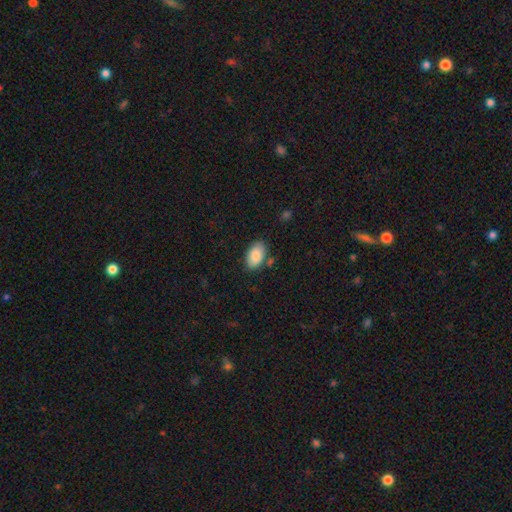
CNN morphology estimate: This appears to be a smooth galaxy with no disk features (87%) that is in between round and cigar-shaped (95%). Merging: none (78%).